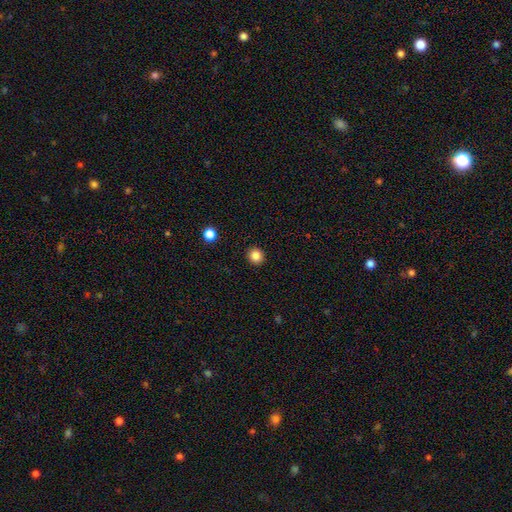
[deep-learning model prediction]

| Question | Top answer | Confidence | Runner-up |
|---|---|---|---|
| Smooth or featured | smooth | 85% | star or artifact (12%) |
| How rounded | round | 91% | in between (8%) |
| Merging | none | 93% | minor disturbance (4%) |